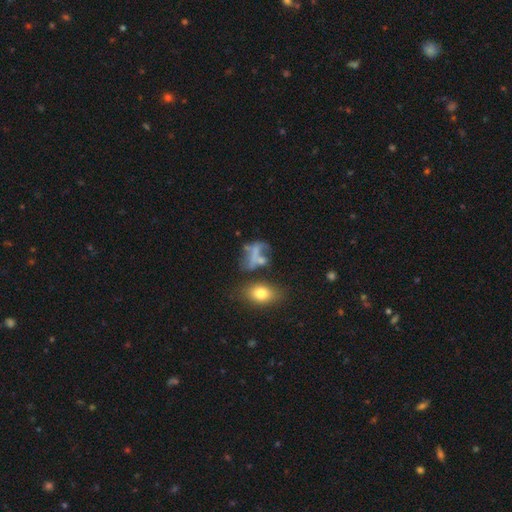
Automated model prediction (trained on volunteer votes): A smooth galaxy with no disk features (47%). Merging: none (28%, tied with merger and major disturbance).